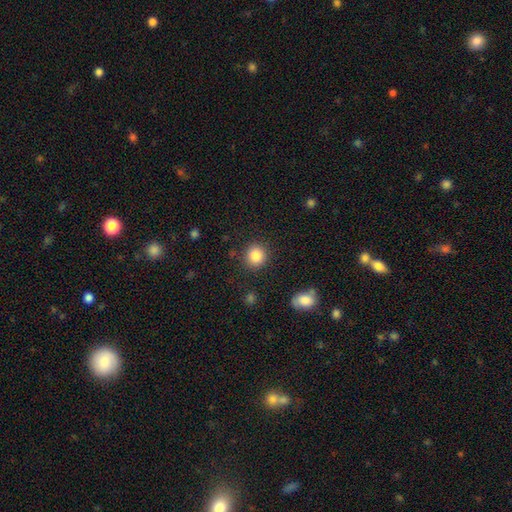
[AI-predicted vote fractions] Overall: smooth (85%). How rounded: round (89%). Merging: none (88%).